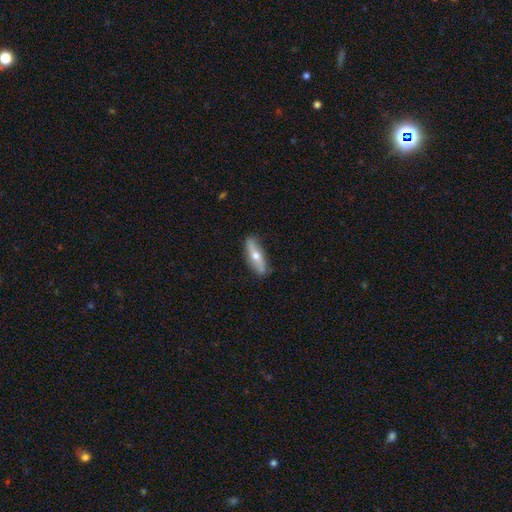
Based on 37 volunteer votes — Volunteers were most divided on "smooth or featured": featured or disk: 57%, smooth: 41%, star or artifact: 3%. More confident: edge-on disk — yes (90%); edge-on bulge — rounded (84%); merging — none (83%).